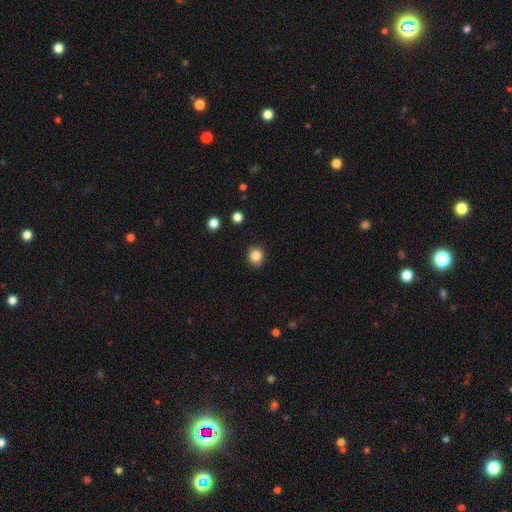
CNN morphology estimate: Q: Smooth or featured?
A: smooth (85%); runner-up: star or artifact (11%)
Q: How rounded?
A: round (79%); runner-up: in between (20%)
Q: Merging?
A: none (89%); runner-up: minor disturbance (8%)